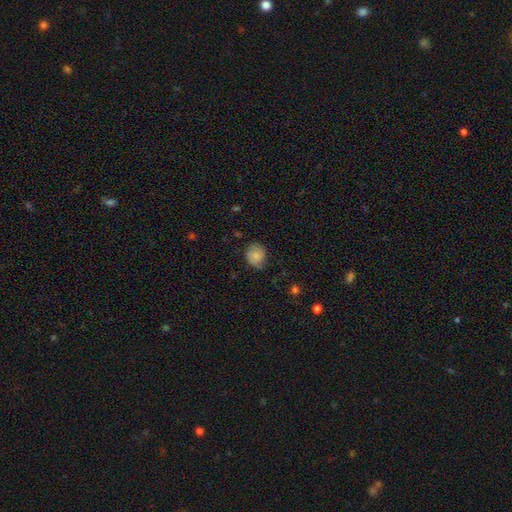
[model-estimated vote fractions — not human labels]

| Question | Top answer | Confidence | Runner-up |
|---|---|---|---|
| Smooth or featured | smooth | 79% | featured or disk (12%) |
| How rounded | round | 70% | in between (29%) |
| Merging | none | 64% | minor disturbance (29%) |